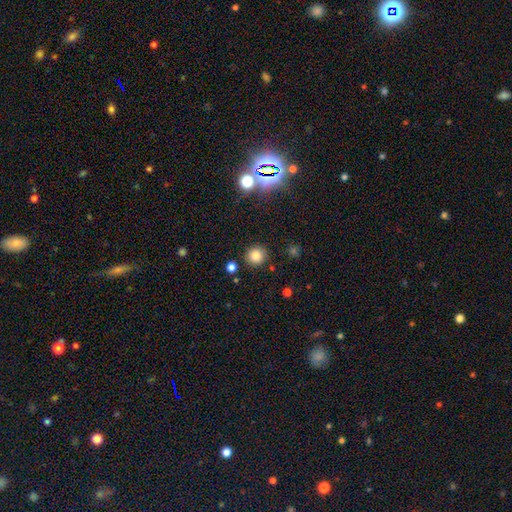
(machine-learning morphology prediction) A smooth galaxy with no disk features (81%) that is round (92%). Merging: none (88%).